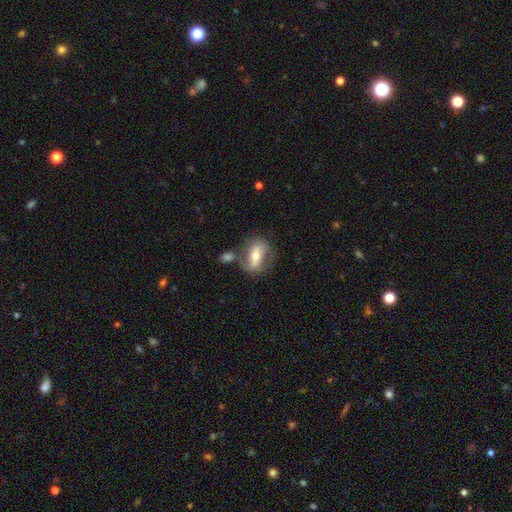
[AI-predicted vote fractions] Q: Smooth or featured?
A: featured or disk (63%); runner-up: smooth (31%)
Q: Edge-on disk?
A: no (89%); runner-up: yes (11%)
Q: Bar?
A: strong (51%); runner-up: weak (28%)
Q: Spiral arms?
A: yes (70%); runner-up: no (30%)
Q: Bulge size?
A: moderate (68%); runner-up: small (23%)
Q: Merging?
A: none (59%); runner-up: minor disturbance (17%)